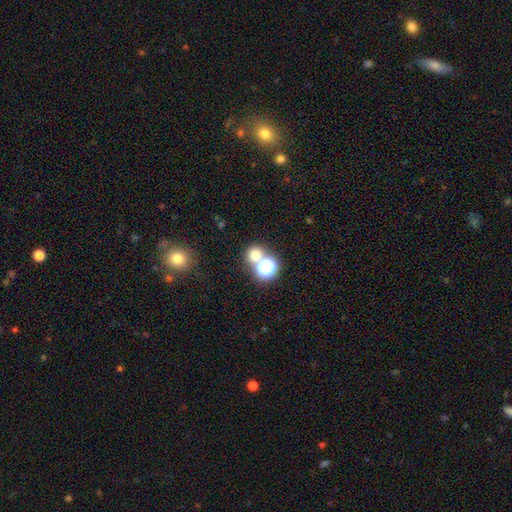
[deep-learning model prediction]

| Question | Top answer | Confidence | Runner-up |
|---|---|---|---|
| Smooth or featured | smooth | 67% | star or artifact (25%) |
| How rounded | round | 86% | in between (13%) |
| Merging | none | 60% | merger (31%) |